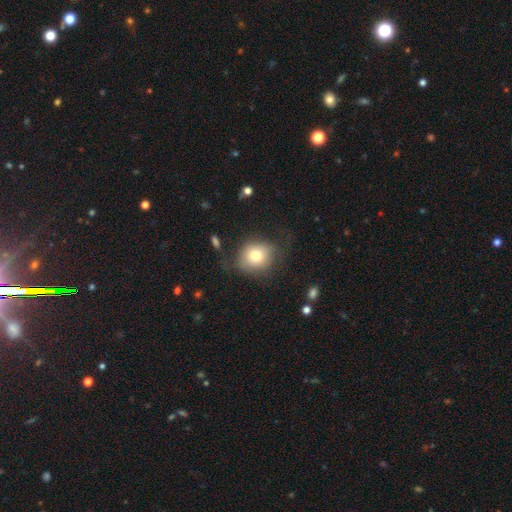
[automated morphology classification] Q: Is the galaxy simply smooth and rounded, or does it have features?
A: smooth — 74%.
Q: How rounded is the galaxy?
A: round — 77%.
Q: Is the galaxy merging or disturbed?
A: none — 64%.